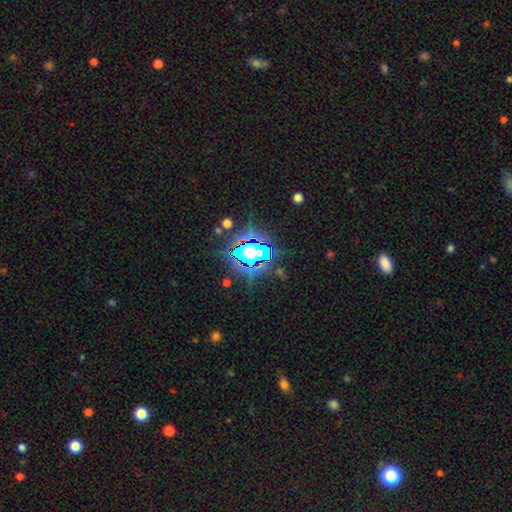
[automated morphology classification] smooth_or_featured: star or artifact (p=0.76) [alt: smooth p=0.13]